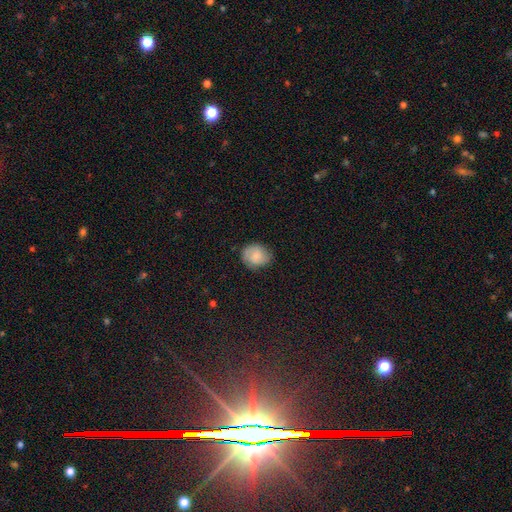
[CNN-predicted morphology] This is likely a smooth galaxy (75%). How rounded: likely round (66%). Merging: likely none (75%).